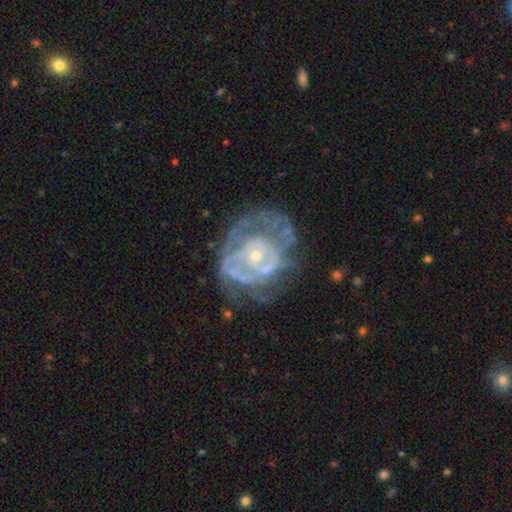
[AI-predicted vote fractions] Overall: featured or disk (81%). Edge-on disk: no (98%). Bar: no (79%). Spiral arms: yes (66%; no 34%). Spiral arm count: can't tell (51%; 2 21%). Spiral winding: tight (59%; medium 29%). Bulge size: small (69%). Merging: none (44%; major disturbance 28%).